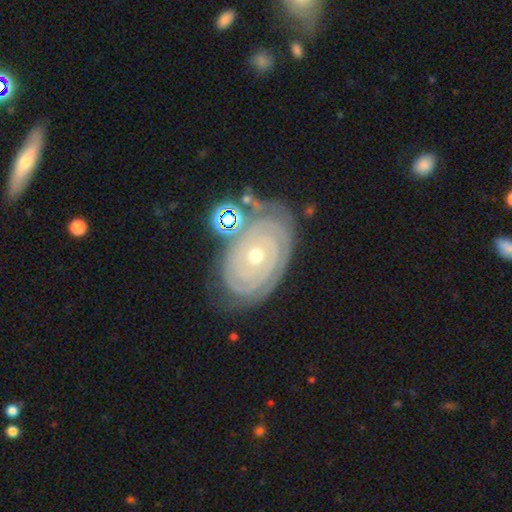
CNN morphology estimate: type=featured or disk (86%); edge-on=no (96%); bar=no (84%); spiral arms=yes (92%); winding=tight (87%); arm count=2 (44%); bulge=small (52%); merging=none (67%).